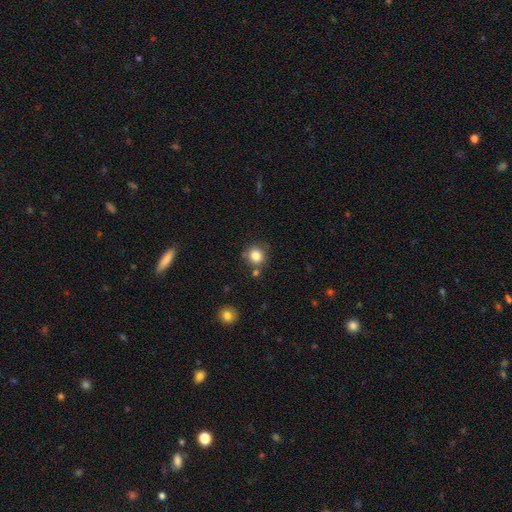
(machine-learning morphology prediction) The model was most divided on "merging": none: 76%, minor disturbance: 13%, merger: 8%, major disturbance: 3%. More confident: how rounded — round (88%); smooth or featured — smooth (83%).